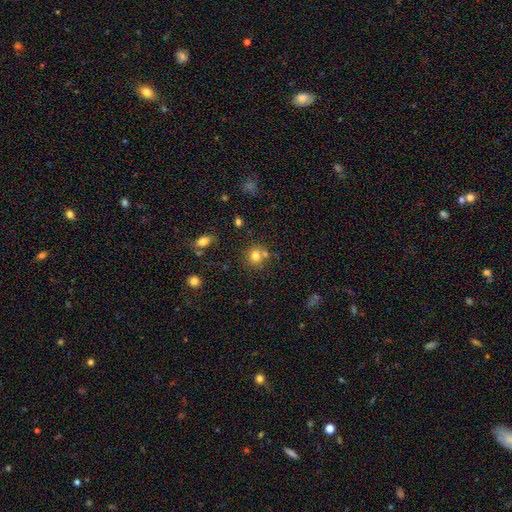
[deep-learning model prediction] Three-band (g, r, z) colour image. It shows a smooth galaxy with no disk features (77%) that is round (84%). Merging: none (61%).